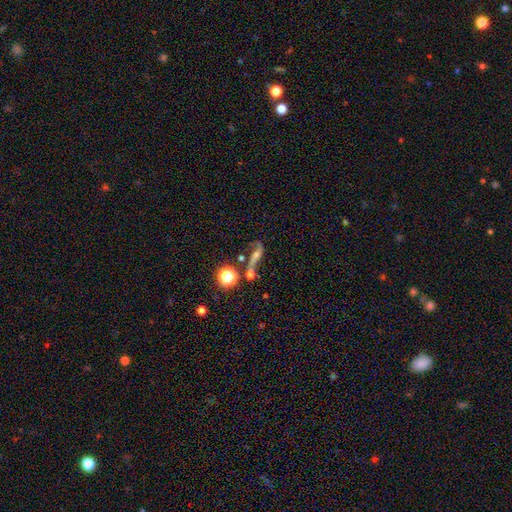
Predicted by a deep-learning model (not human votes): A featured or disk galaxy (63%) with no bar (52%), spiral arms (83%) and a moderate central bulge (42%).

Vote fractions:
- Smooth or featured? featured or disk: 63% / star or artifact: 20% / smooth: 18%
- Edge-on disk? no: 80% / yes: 20%
- Bar? no: 52% / weak: 28% / strong: 20%
- Spiral arms? yes: 83% / no: 17%
- Bulge size? moderate: 42% / small: 36% / none: 11% / large: 8% / dominant: 4%
- Merging? none: 49% / merger: 18% / major disturbance: 17% / minor disturbance: 16%